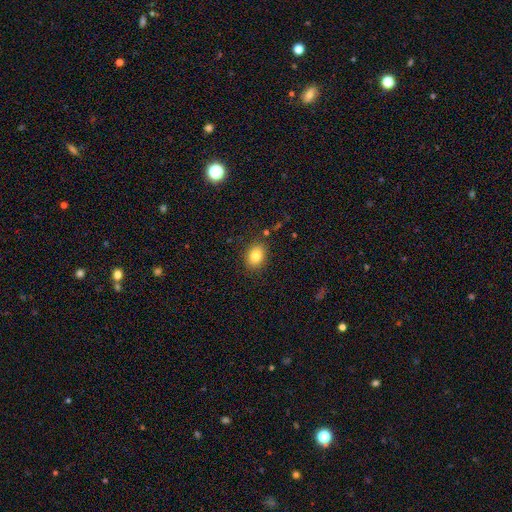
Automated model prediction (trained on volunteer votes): smooth 83%, star or artifact 9%, featured or disk 7%. Down the decision tree: how rounded — in between (69%); merging — none (85%).